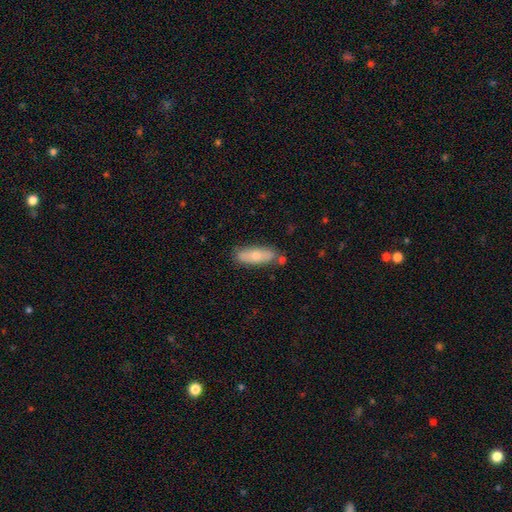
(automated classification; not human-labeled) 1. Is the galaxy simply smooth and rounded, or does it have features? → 65% smooth, 29% featured or disk, 6% star or artifact.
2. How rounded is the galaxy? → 56% in between, 41% cigar-shaped, 3% round.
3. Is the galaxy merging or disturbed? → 76% none, 15% minor disturbance, 6% merger, 3% major disturbance.